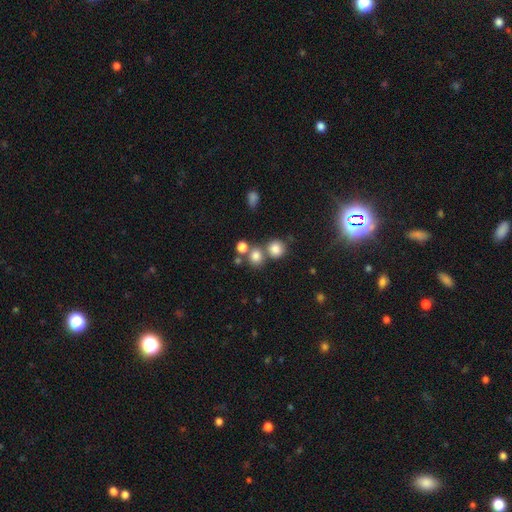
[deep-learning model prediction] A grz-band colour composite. It shows a smooth galaxy with no disk features (78%) that is round (78%). Merging: none (56%).